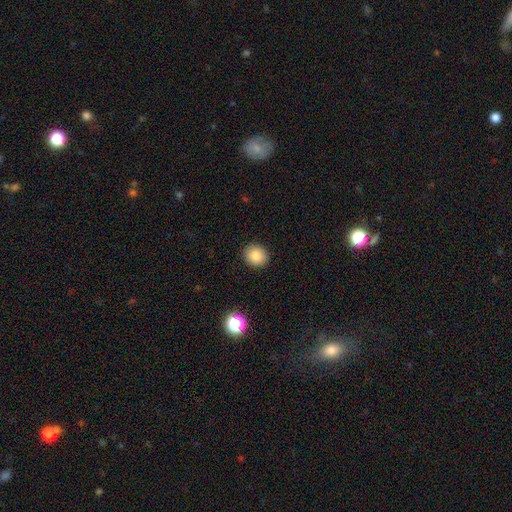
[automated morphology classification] Q: Smooth or featured?
A: smooth (86%); runner-up: star or artifact (9%)
Q: How rounded?
A: round (78%); runner-up: in between (21%)
Q: Merging?
A: none (91%); runner-up: minor disturbance (6%)